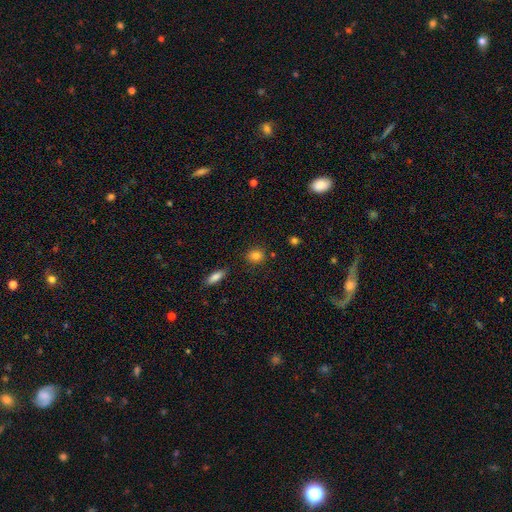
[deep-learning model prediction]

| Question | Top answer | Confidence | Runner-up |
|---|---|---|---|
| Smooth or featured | smooth | 82% | star or artifact (11%) |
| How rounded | round | 74% | in between (24%) |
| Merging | none | 85% | minor disturbance (10%) |